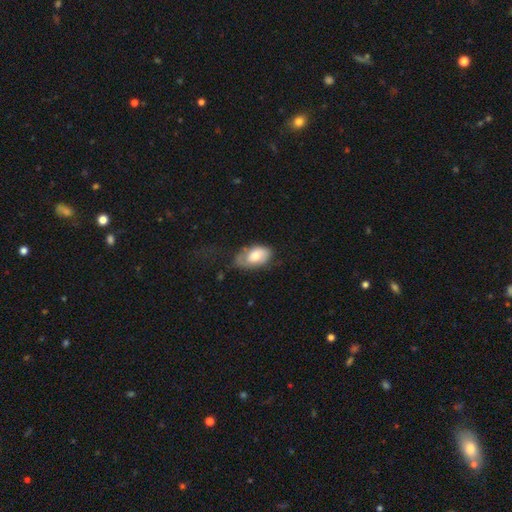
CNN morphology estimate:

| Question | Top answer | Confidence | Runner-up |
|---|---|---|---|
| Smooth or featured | smooth | 63% | featured or disk (31%) |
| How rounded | in between | 92% | round (6%) |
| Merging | none | 44% | minor disturbance (36%) |